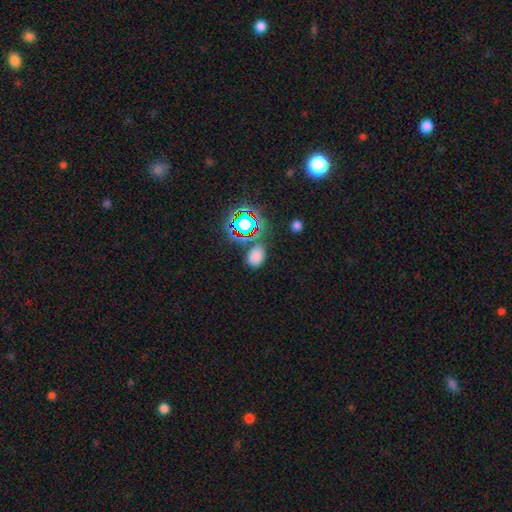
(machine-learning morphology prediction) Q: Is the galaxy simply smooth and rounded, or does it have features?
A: smooth — 70%.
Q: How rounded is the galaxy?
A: in between — 67%.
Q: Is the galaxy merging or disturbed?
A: none — 76%.